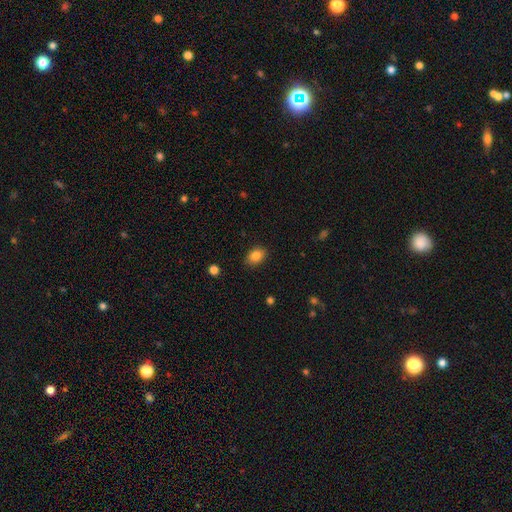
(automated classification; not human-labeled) Smooth or featured? Predicted: smooth (p=0.85). How rounded? Predicted: in between (p=0.75). Merging? Predicted: none (p=0.86).